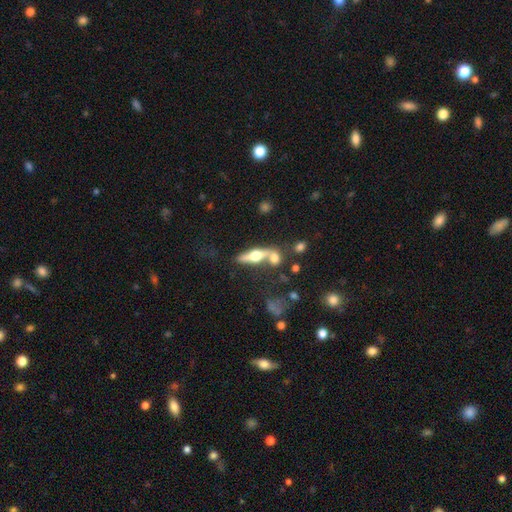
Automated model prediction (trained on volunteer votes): Smooth or featured: featured or disk — 62% (smooth — 32%)
Edge-on disk: yes — 90% (no — 10%)
Edge-on bulge: rounded — 95% (boxy — 3%)
Merging: none — 54% (merger — 29%)